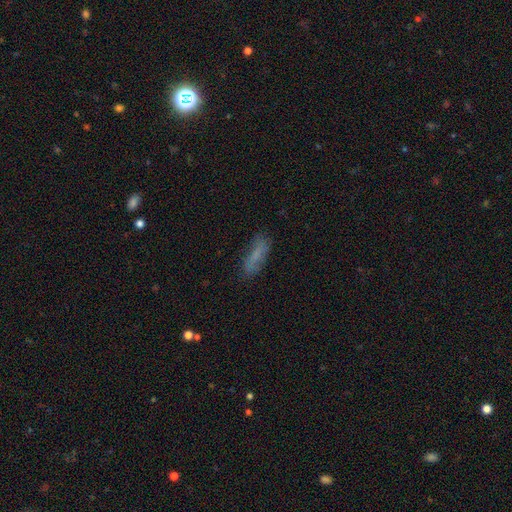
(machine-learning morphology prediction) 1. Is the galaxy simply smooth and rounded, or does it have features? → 64% smooth, 26% featured or disk, 10% star or artifact.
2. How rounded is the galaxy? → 52% cigar-shaped, 45% in between, 2% round.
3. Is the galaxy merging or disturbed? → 72% none, 19% minor disturbance, 7% major disturbance, 2% merger.